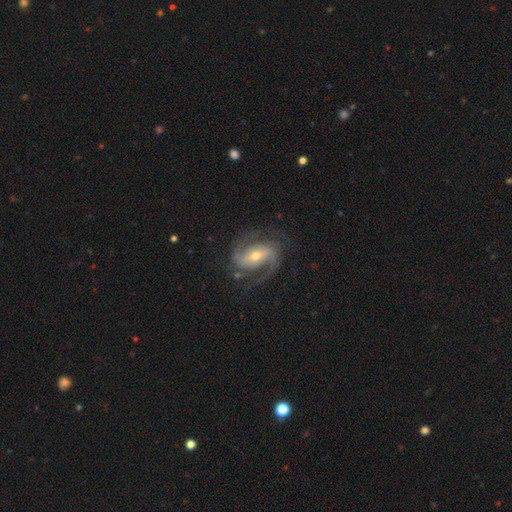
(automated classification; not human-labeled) A featured or disk galaxy (89%) with a weak bar (39%), 2 (81%) medium (54%) spiral arms (97%) and a moderate central bulge (51%).

Vote fractions:
- Smooth or featured? featured or disk: 89% / smooth: 6% / star or artifact: 5%
- Edge-on disk? no: 97% / yes: 3%
- Bar? weak: 39% / strong: 38% / no: 23%
- Spiral arms? yes: 97% / no: 3%
- Spiral winding? medium: 54% / tight: 28% / loose: 19%
- Spiral arm count? 2: 81% / 3: 8% / can't tell: 5% / 1: 3% / 4: 2% / more than 4: 2%
- Bulge size? moderate: 51% / small: 43% / large: 3% / none: 1% / dominant: 1%
- Merging? none: 74% / minor disturbance: 15% / major disturbance: 10% / merger: 1%